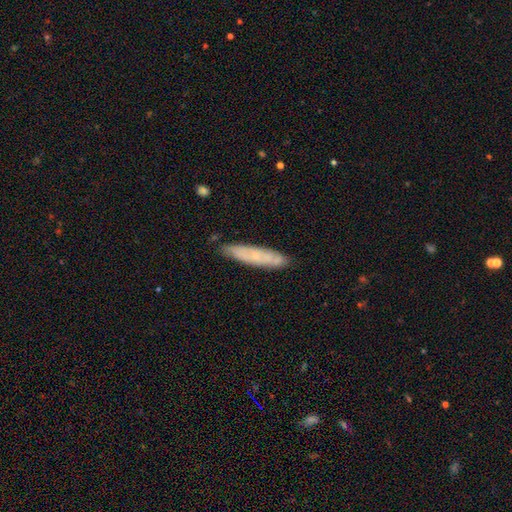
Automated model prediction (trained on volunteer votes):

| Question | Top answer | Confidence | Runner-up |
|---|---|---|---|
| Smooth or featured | smooth | 51% | featured or disk (42%) |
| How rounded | cigar-shaped | 84% | in between (14%) |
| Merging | none | 83% | minor disturbance (13%) |